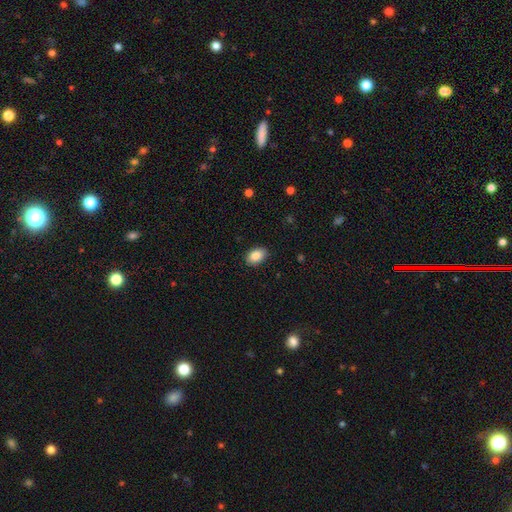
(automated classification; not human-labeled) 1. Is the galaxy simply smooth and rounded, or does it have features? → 88% smooth, 7% star or artifact, 4% featured or disk.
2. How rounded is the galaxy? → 87% in between, 11% round, 1% cigar-shaped.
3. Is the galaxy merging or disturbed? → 86% none, 10% minor disturbance, 2% major disturbance, 1% merger.